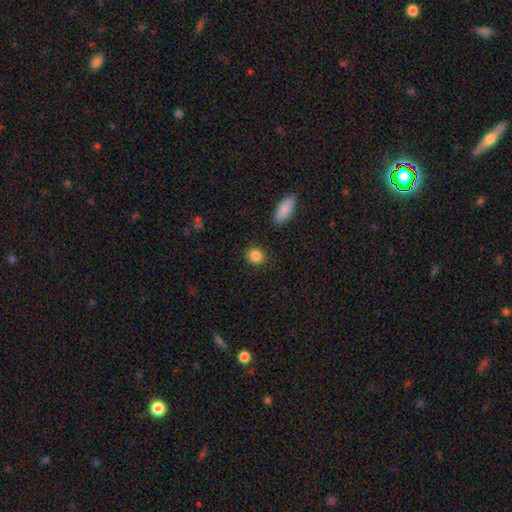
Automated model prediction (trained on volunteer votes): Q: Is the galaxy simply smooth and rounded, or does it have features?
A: smooth — 86%.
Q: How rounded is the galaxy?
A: round — 81%.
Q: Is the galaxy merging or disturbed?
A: none — 89%.